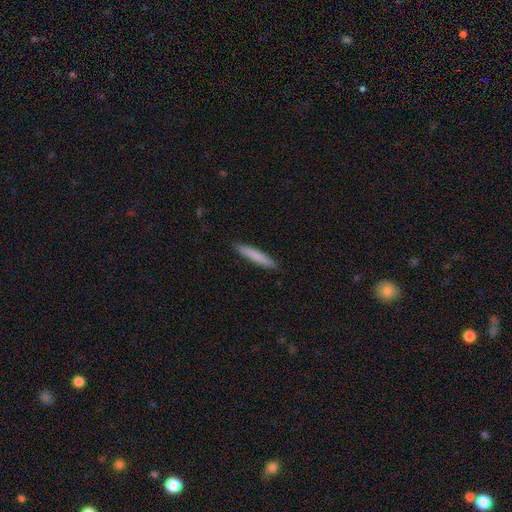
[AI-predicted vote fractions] Smooth or featured? smooth (80%)
How rounded? cigar-shaped (94%)
Merging? none (91%)